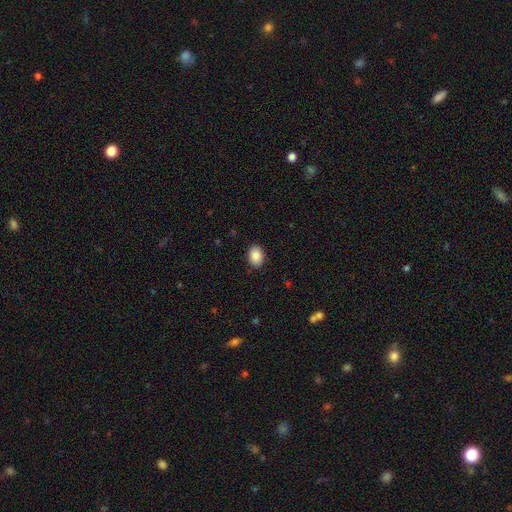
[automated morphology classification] smooth 89%, star or artifact 7%, featured or disk 4%. Down the decision tree: how rounded — in between (74%); merging — none (89%).